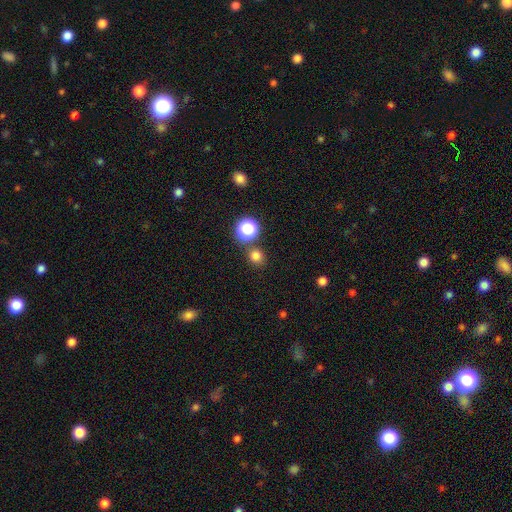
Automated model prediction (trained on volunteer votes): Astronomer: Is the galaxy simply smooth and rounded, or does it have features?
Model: smooth — 75%.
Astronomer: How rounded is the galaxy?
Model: round — 85%.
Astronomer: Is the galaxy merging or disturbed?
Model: none — 78%.